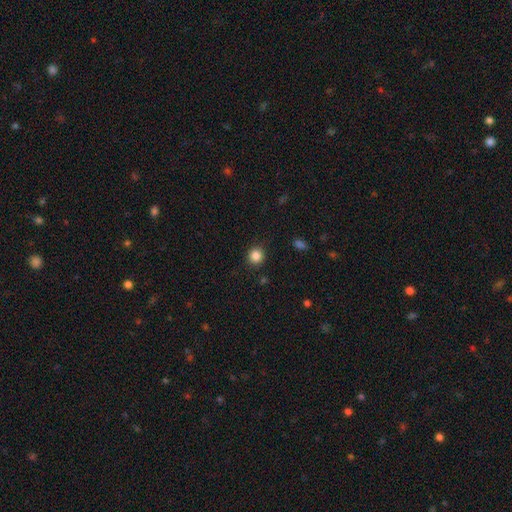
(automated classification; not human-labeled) Smooth or featured? smooth (85%)
How rounded? round (91%)
Merging? none (90%)